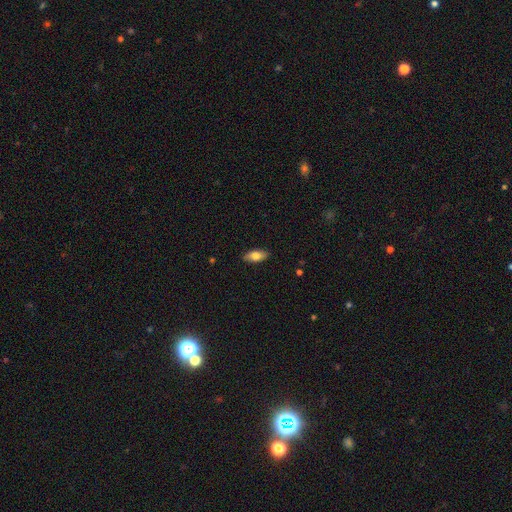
smooth 78%, featured or disk 16%, star or artifact 5%. Down the decision tree: how rounded — in between (83%); merging — none (91%).